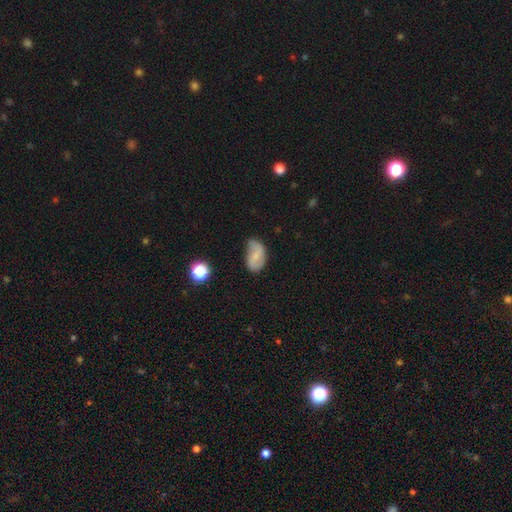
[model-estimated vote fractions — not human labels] smooth-or-featured: smooth: 53% | featured or disk: 38% | star or artifact: 9%
  how-rounded: in between: 90% | round: 9% | cigar-shaped: 2%
  merging: none: 52% | minor disturbance: 34% | major disturbance: 11% | merger: 3%